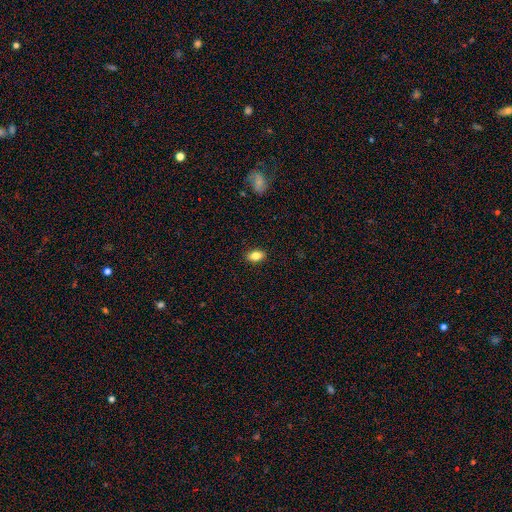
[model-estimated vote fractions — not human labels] Smooth or featured: smooth — 84% (star or artifact — 9%)
How rounded: in between — 87% (round — 11%)
Merging: none — 89% (minor disturbance — 8%)